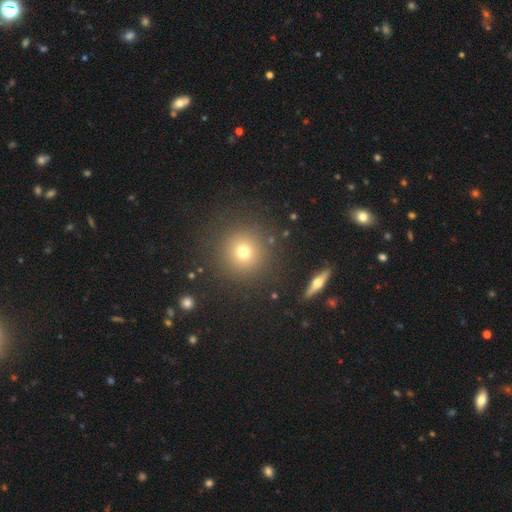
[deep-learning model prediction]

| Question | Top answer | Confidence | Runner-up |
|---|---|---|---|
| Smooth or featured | smooth | 62% | star or artifact (27%) |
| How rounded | round | 94% | in between (4%) |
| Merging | none | 89% | minor disturbance (6%) |